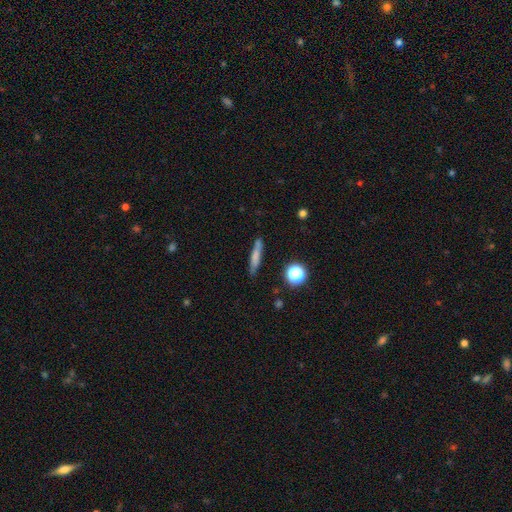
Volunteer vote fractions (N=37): Smooth or featured?
  - featured or disk: 51% *
  - smooth: 46%
  - star or artifact: 3%
Edge-on disk?
  - yes: 89% *
  - no: 11%
Edge-on bulge?
  - none: 53% *
  - rounded: 29%
  - boxy: 18%
Merging?
  - none: 89% *
  - minor disturbance: 8%
  - major disturbance: 3%
  - merger: 0%